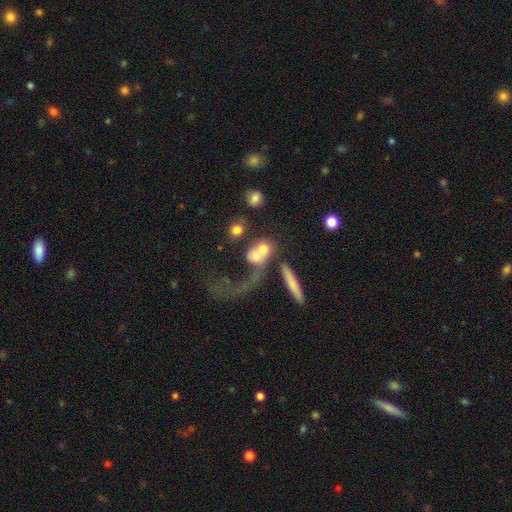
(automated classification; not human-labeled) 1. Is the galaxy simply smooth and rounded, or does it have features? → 54% smooth, 35% featured or disk, 11% star or artifact.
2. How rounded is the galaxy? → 57% round, 35% in between, 8% cigar-shaped.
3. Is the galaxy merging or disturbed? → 48% merger, 28% major disturbance, 17% none, 7% minor disturbance.